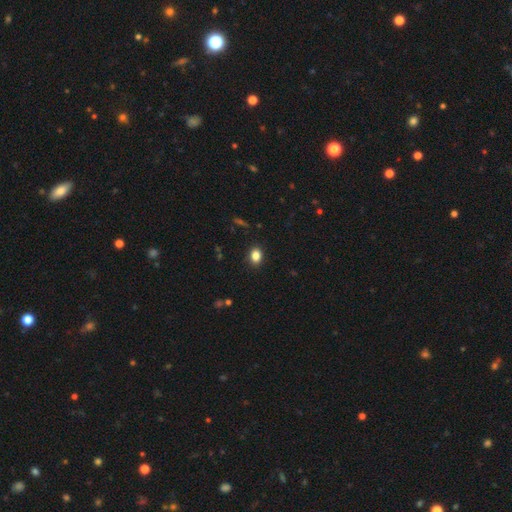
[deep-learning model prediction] A smooth galaxy with no disk features (85%) that is in between round and cigar-shaped (64%). Merging: none (88%).